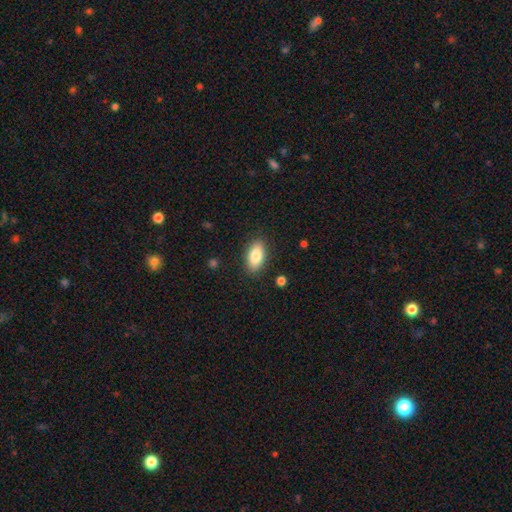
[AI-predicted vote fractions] Smooth or featured?
  - smooth: 82% *
  - featured or disk: 11%
  - star or artifact: 7%
How rounded?
  - in between: 90% *
  - cigar-shaped: 6%
  - round: 4%
Merging?
  - none: 87% *
  - minor disturbance: 9%
  - major disturbance: 3%
  - merger: 1%